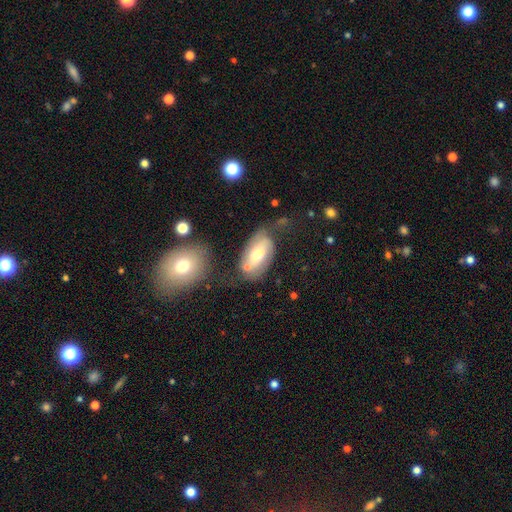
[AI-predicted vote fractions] Smooth or featured: smooth — 51% (featured or disk — 41%)
How rounded: in between — 91% (round — 6%)
Merging: none — 45% (minor disturbance — 24%)